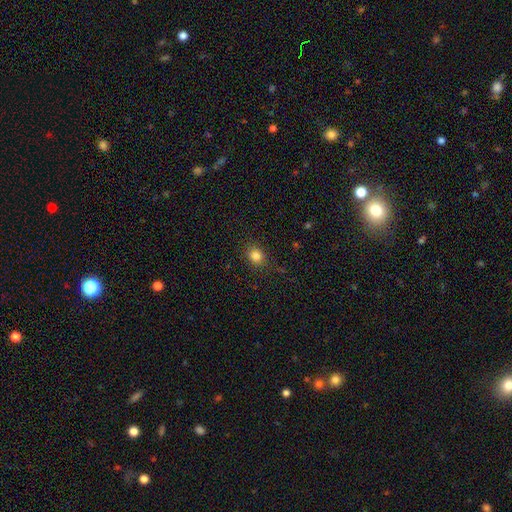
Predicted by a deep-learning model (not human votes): Smooth or featured?
  - smooth: 83% *
  - star or artifact: 12%
  - featured or disk: 5%
How rounded?
  - round: 66% *
  - in between: 33%
  - cigar-shaped: 1%
Merging?
  - none: 86% *
  - minor disturbance: 10%
  - major disturbance: 3%
  - merger: 1%